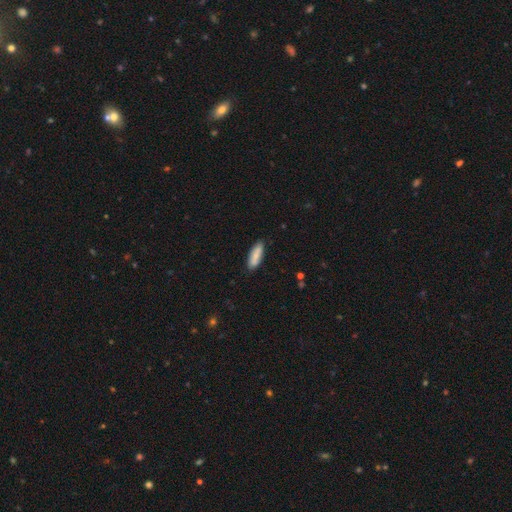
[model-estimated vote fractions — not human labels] smooth-or-featured: smooth: 79% | featured or disk: 15% | star or artifact: 6%
  how-rounded: in between: 55% | cigar-shaped: 43% | round: 2%
  merging: none: 83% | minor disturbance: 13% | major disturbance: 2% | merger: 2%